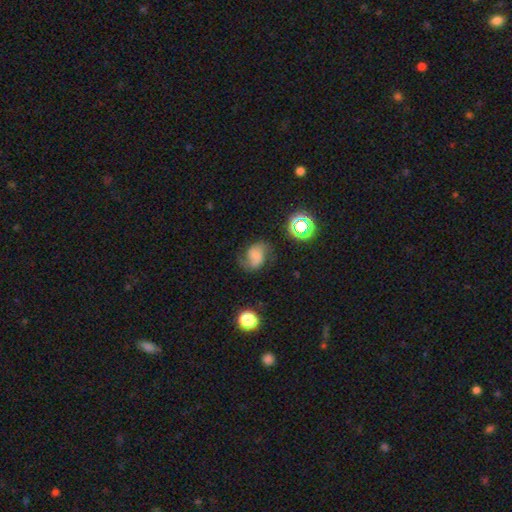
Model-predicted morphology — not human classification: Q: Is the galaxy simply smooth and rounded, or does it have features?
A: featured or disk — 57%.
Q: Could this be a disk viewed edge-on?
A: no — 98%.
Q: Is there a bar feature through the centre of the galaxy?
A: no — 54%.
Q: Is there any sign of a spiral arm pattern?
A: yes — 90%.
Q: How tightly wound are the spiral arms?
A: loose — 48%.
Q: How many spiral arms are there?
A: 2 — 84%.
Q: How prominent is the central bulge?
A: none — 59%.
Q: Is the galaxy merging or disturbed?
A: none — 60%.